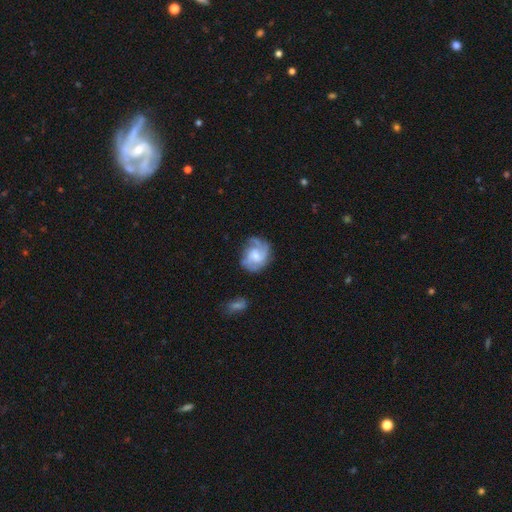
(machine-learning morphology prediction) featured or disk 73%, smooth 21%, star or artifact 6%. Down the decision tree: edge-on disk — no (98%); bar — weak (47%); spiral arms — yes (91%); spiral arm count — 2 (40%); spiral winding — medium (46%); bulge size — moderate (41%); merging — none (63%).